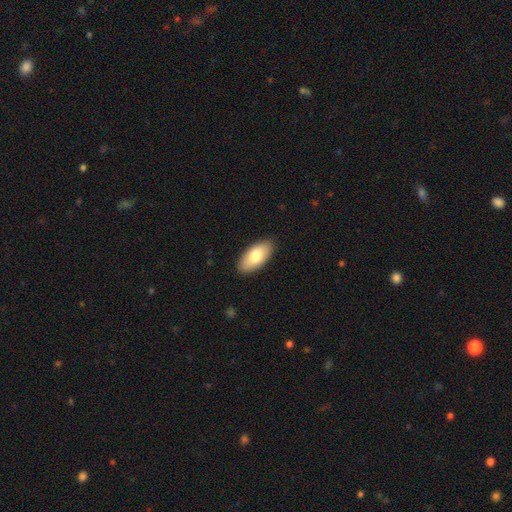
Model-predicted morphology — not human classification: Smooth or featured? smooth (79%)
How rounded? in between (93%)
Merging? none (89%)